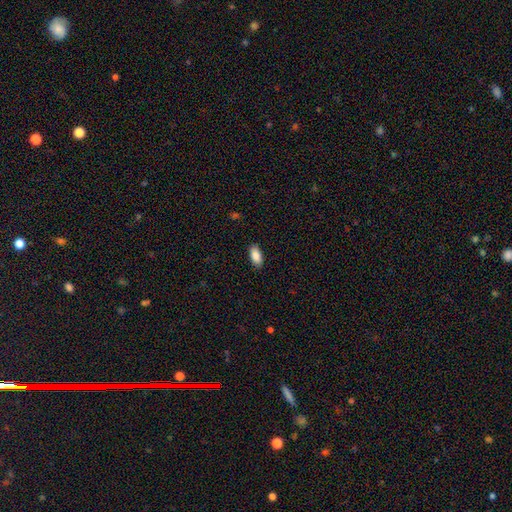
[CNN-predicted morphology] type=smooth (89%); roundness=in between (91%); merging=none (88%).